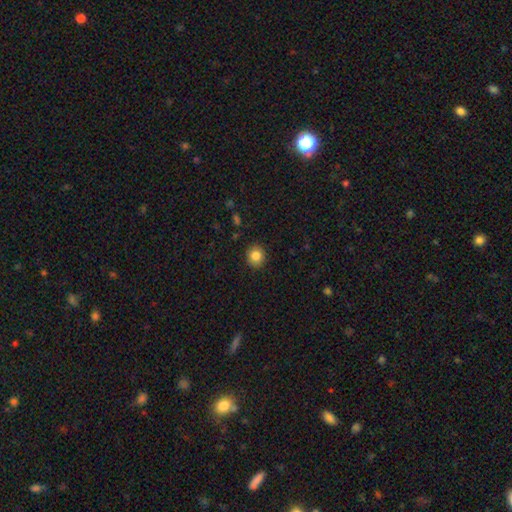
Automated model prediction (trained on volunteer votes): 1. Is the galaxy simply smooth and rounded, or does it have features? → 84% smooth, 10% star or artifact, 6% featured or disk.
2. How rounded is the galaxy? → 79% round, 20% in between, 1% cigar-shaped.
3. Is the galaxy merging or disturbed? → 90% none, 7% minor disturbance, 2% major disturbance, 1% merger.